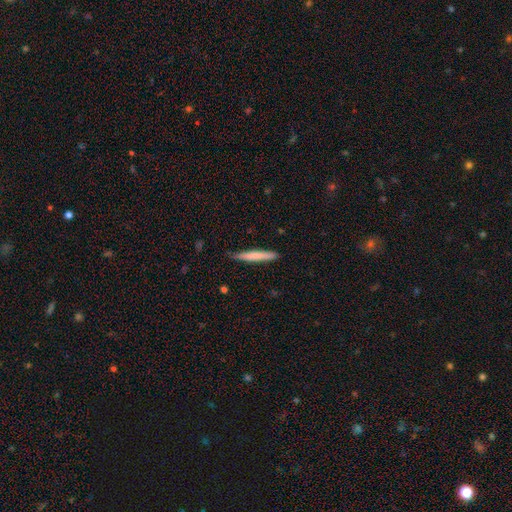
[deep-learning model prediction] This is likely a smooth galaxy (69%). How rounded: clearly cigar-shaped (95%). Merging: clearly none (84%).